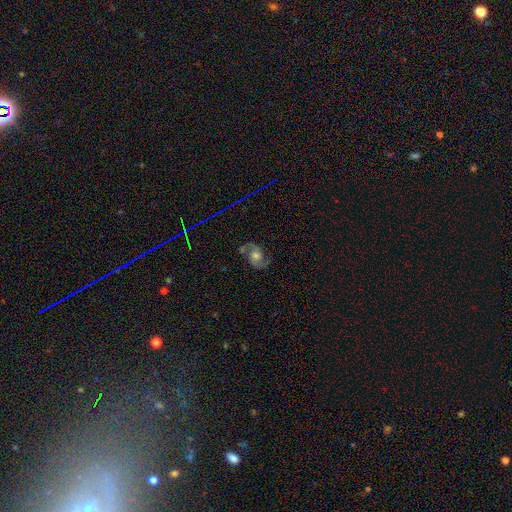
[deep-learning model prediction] Overall: featured or disk (83%). Edge-on disk: no (97%). Bar: no (68%). Spiral arms: yes (97%). Spiral arm count: 2 (93%). Spiral winding: medium (55%; loose 30%). Bulge size: moderate (58%; small 25%). Merging: none (75%).